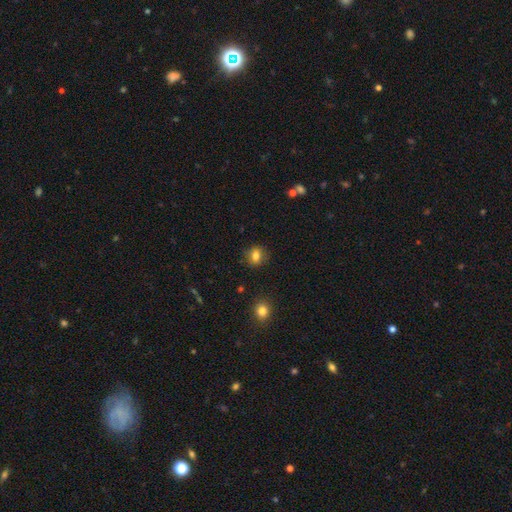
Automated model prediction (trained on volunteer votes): A smooth galaxy with no disk features (82%) that is round (67%). Merging: none (87%).